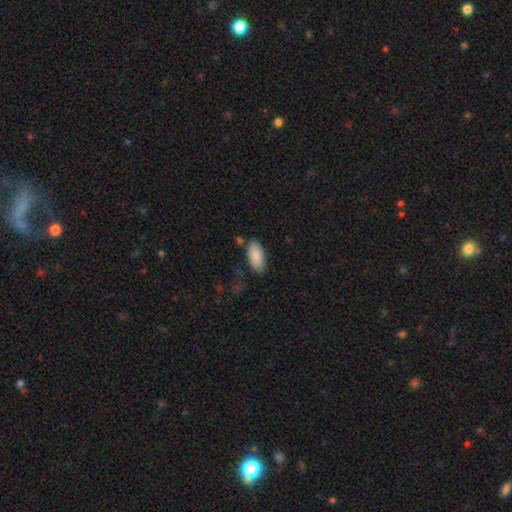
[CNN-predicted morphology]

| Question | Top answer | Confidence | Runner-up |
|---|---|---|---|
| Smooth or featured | smooth | 88% | star or artifact (6%) |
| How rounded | in between | 89% | cigar-shaped (9%) |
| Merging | none | 76% | minor disturbance (15%) |